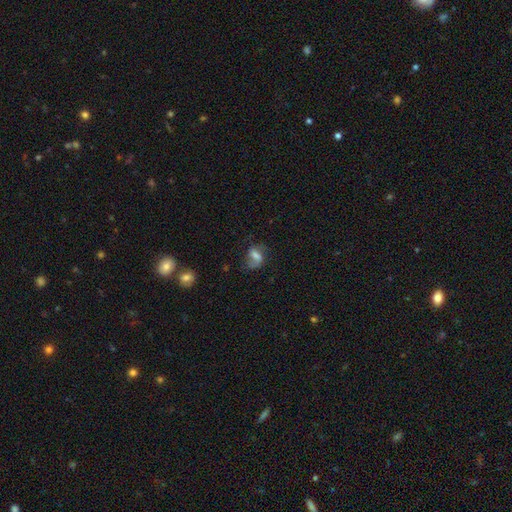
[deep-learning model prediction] smooth 49%, featured or disk 40%, star or artifact 11%. Down the decision tree: merging — none (49%).